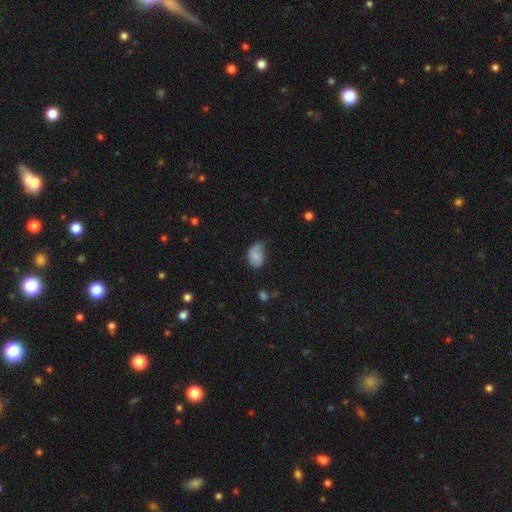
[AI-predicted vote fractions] A smooth galaxy with no disk features (78%) that is in between round and cigar-shaped (81%).

Vote fractions:
- Smooth or featured? smooth: 78% / featured or disk: 14% / star or artifact: 8%
- How rounded? in between: 81% / round: 18% / cigar-shaped: 1%
- Merging? none: 53% / minor disturbance: 36% / major disturbance: 9% / merger: 2%